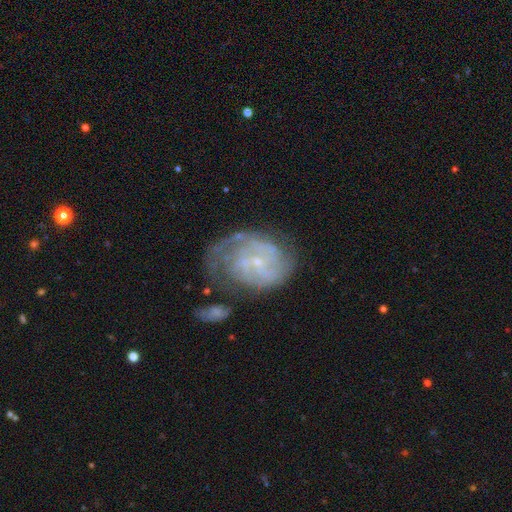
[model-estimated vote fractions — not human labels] featured or disk 78%, smooth 12%, star or artifact 10%. Down the decision tree: edge-on disk — no (97%); bar — no (48%); spiral arms — yes (90%); spiral arm count — can't tell (37%); spiral winding — tight (57%); bulge size — small (77%); merging — none (46%).